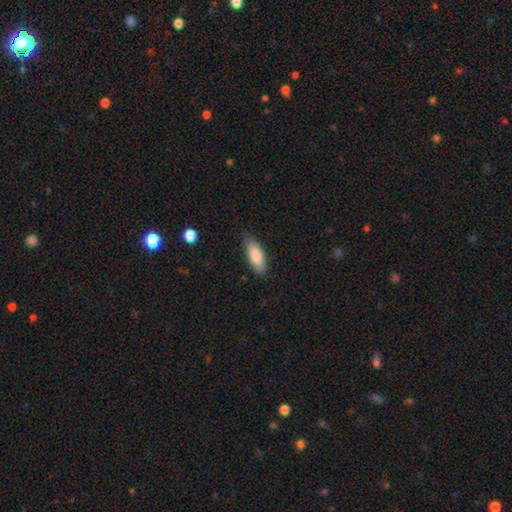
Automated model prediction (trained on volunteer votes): Smooth or featured? smooth (84%)
How rounded? in between (75%)
Merging? none (78%)